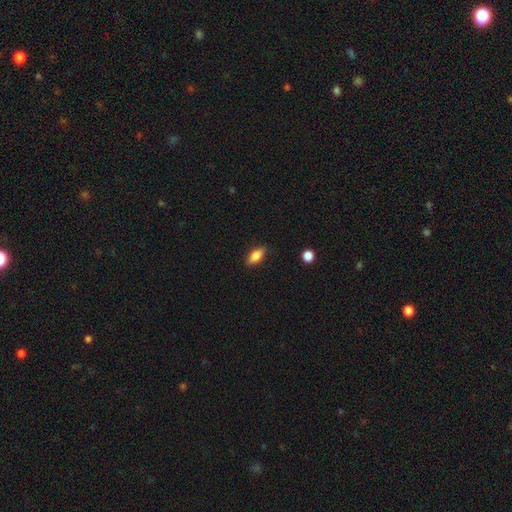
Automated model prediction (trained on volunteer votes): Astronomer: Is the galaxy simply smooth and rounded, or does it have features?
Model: smooth — 75%.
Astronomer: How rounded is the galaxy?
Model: in between — 80%.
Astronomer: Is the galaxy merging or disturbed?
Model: none — 84%.